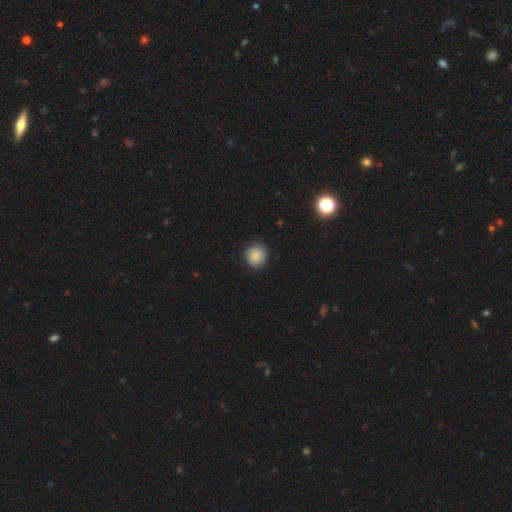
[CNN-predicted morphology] A smooth galaxy with no disk features (85%) that is round (91%). Merging: none (85%).